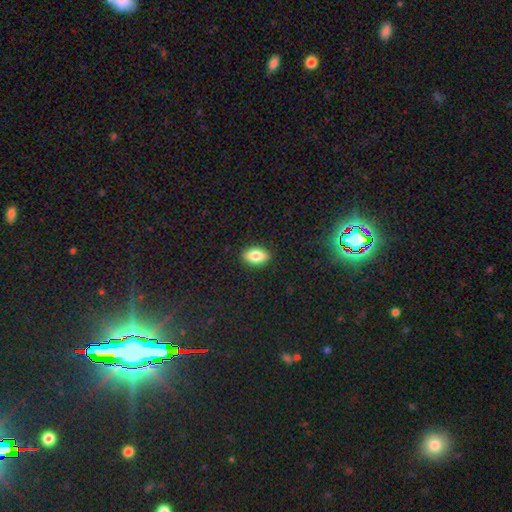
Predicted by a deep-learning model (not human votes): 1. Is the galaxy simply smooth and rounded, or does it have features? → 82% smooth, 10% featured or disk, 8% star or artifact.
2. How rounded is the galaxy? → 89% in between, 8% round, 3% cigar-shaped.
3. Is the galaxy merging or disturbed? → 89% none, 8% minor disturbance, 2% major disturbance, 1% merger.